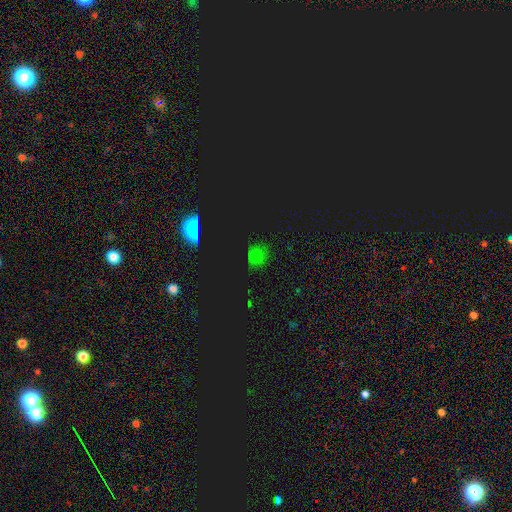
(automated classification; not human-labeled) Overall: smooth (47%; star or artifact 46%). Merging: none (78%).